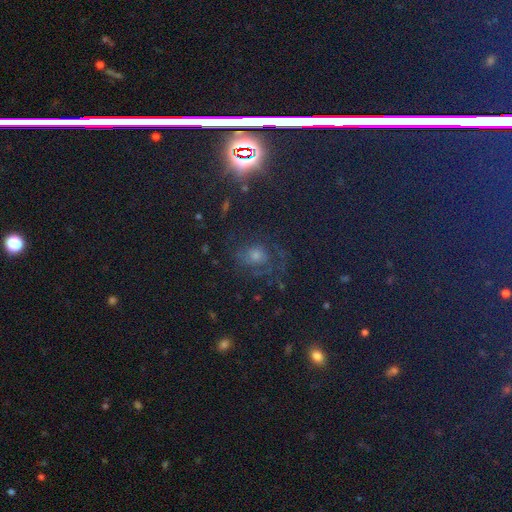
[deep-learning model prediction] Smooth or featured? Predicted: star or artifact (p=0.37).